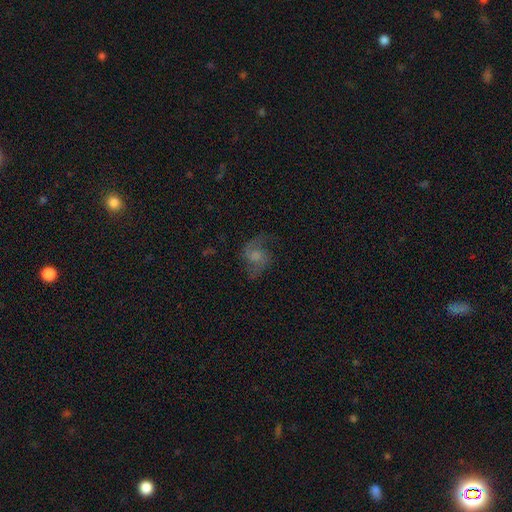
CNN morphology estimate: Smooth or featured?
  - featured or disk: 68% *
  - smooth: 21%
  - star or artifact: 11%
Edge-on disk?
  - no: 97% *
  - yes: 3%
Bar?
  - no: 63% *
  - weak: 32%
  - strong: 5%
Spiral arms?
  - yes: 91% *
  - no: 9%
Spiral winding?
  - loose: 56% *
  - medium: 37%
  - tight: 7%
Spiral arm count?
  - 2: 87% *
  - 1: 5%
  - can't tell: 4%
  - 3: 2%
  - 4: 1%
  - more than 4: 1%
Bulge size?
  - none: 31% *
  - moderate: 30%
  - small: 25%
  - large: 12%
  - dominant: 3%
Merging?
  - none: 62% *
  - minor disturbance: 19%
  - major disturbance: 17%
  - merger: 2%